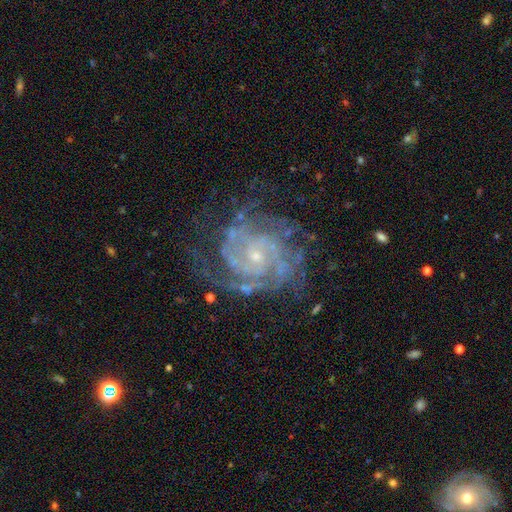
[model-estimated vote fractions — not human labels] Smooth or featured? Predicted: featured or disk (p=0.90). Edge-on disk? Predicted: no (p=0.98). Bar? Predicted: no (p=0.65). Spiral arms? Predicted: yes (p=0.98). Spiral winding? Predicted: tight (p=0.69). Spiral arm count? Predicted: 3 (p=0.23). Bulge size? Predicted: small (p=0.79). Merging? Predicted: none (p=0.70).